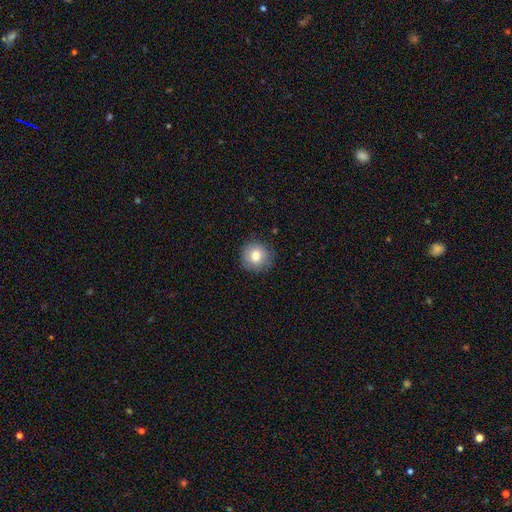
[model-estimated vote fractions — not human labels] The model was most divided on "smooth or featured": smooth: 78%, featured or disk: 13%, star or artifact: 10%. More confident: how rounded — round (93%); merging — none (86%).